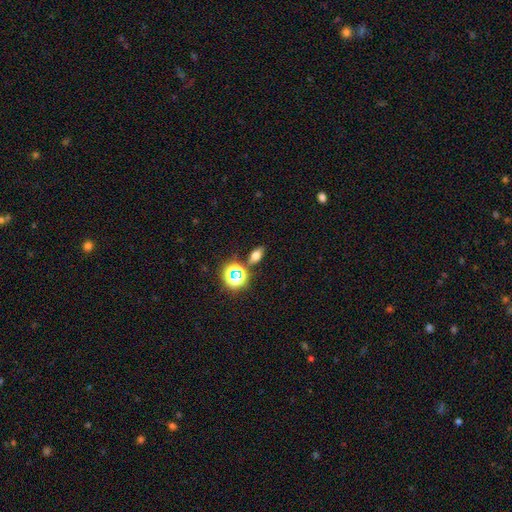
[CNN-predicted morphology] smooth_or_featured: smooth (p=0.56) [alt: star or artifact p=0.23]
how_rounded: in between (p=0.70) [alt: round p=0.17]
merging: none (p=0.81) [alt: minor disturbance p=0.10]